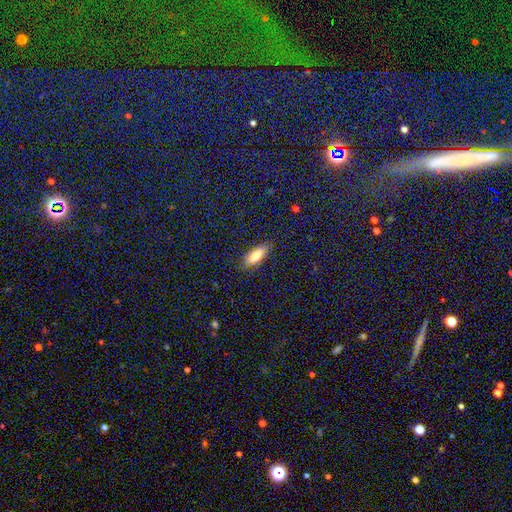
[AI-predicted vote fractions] A smooth galaxy with no disk features (74%) that is in between round and cigar-shaped (67%).

Vote fractions:
- Smooth or featured? smooth: 74% / featured or disk: 19% / star or artifact: 7%
- How rounded? in between: 67% / cigar-shaped: 31% / round: 3%
- Merging? none: 86% / minor disturbance: 10% / major disturbance: 2% / merger: 1%